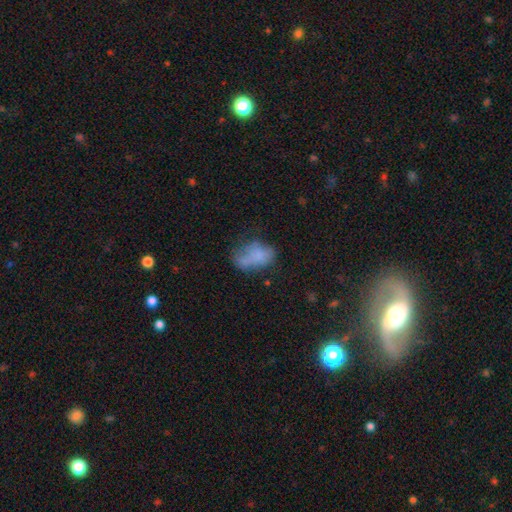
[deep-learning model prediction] A smooth galaxy with no disk features (66%) that is in between round and cigar-shaped (85%).

Vote fractions:
- Smooth or featured? smooth: 66% / featured or disk: 23% / star or artifact: 12%
- How rounded? in between: 85% / round: 12% / cigar-shaped: 2%
- Merging? none: 34% / minor disturbance: 28% / major disturbance: 24% / merger: 14%